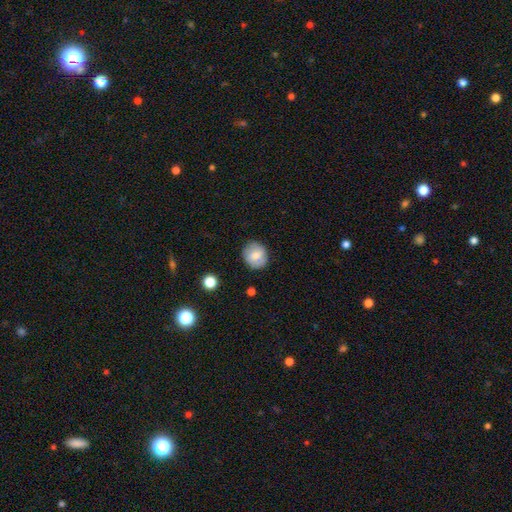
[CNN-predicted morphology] A smooth galaxy with no disk features (78%) that is round (79%).

Vote fractions:
- Smooth or featured? smooth: 78% / featured or disk: 14% / star or artifact: 8%
- How rounded? round: 79% / in between: 20% / cigar-shaped: 1%
- Merging? none: 84% / minor disturbance: 12% / major disturbance: 3% / merger: 1%